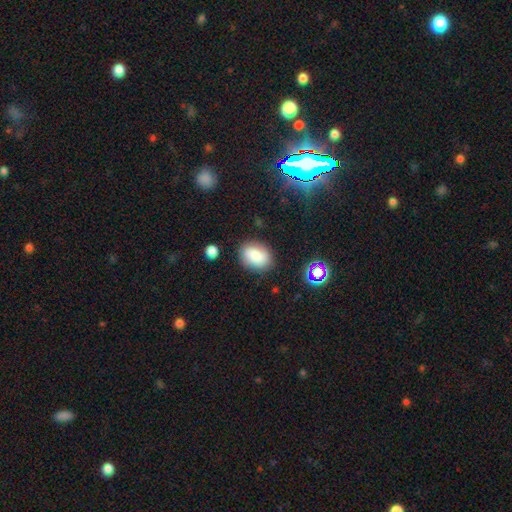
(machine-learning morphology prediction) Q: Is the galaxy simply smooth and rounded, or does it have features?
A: smooth — 79%.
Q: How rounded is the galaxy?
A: in between — 71%.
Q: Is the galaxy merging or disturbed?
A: none — 81%.